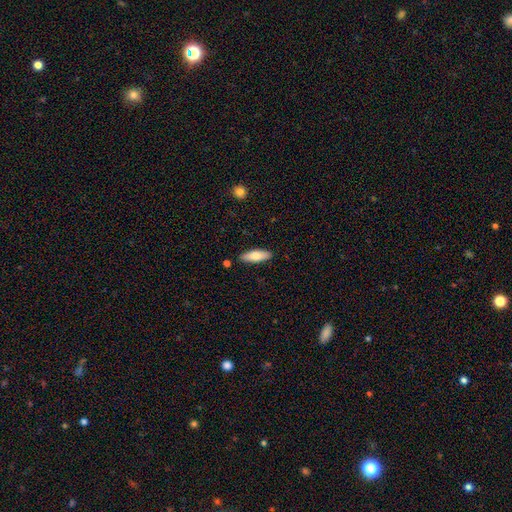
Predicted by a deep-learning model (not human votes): Smooth or featured? smooth (71%)
How rounded? in between (56%)
Merging? none (87%)